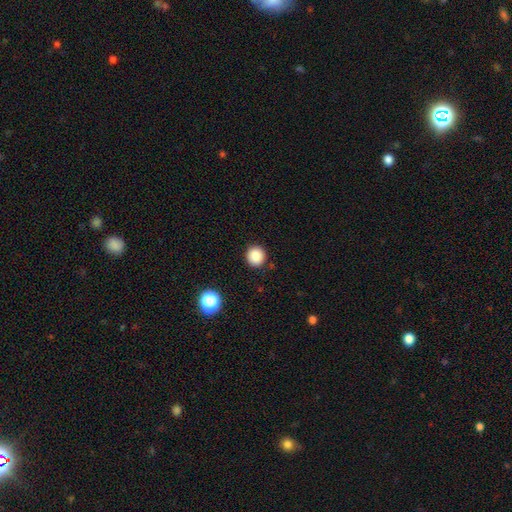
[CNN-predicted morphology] type=smooth (86%); roundness=round (91%); merging=none (90%).